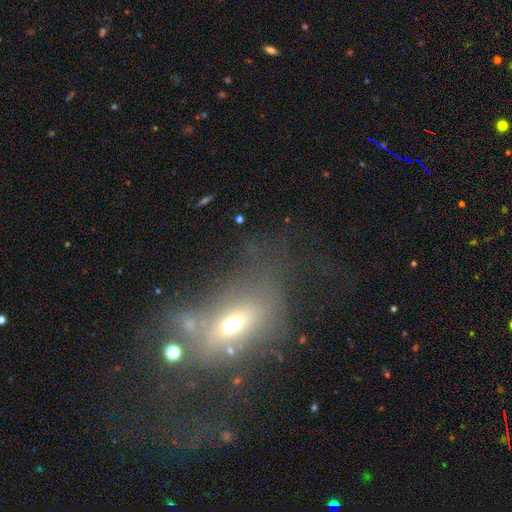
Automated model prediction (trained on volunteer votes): Smooth or featured? Predicted: smooth (p=0.44). Merging? Predicted: major disturbance (p=0.37).